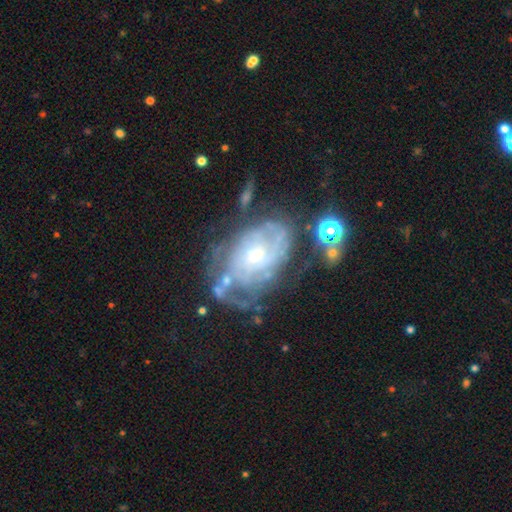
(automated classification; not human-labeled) Smooth or featured? featured or disk (80%)
Edge-on disk? no (96%)
Bar? no (71%)
Spiral arms? yes (84%)
Spiral winding? tight (62%)
Spiral arm count? can't tell (54%)
Bulge size? small (50%)
Merging? none (52%)